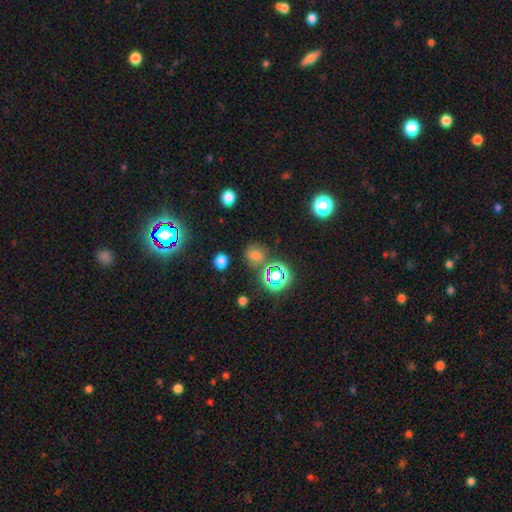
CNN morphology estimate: smooth-or-featured: smooth: 51% | star or artifact: 40% | featured or disk: 9%
  how-rounded: round: 79% | in between: 20% | cigar-shaped: 1%
  merging: none: 76% | minor disturbance: 11% | merger: 8% | major disturbance: 5%